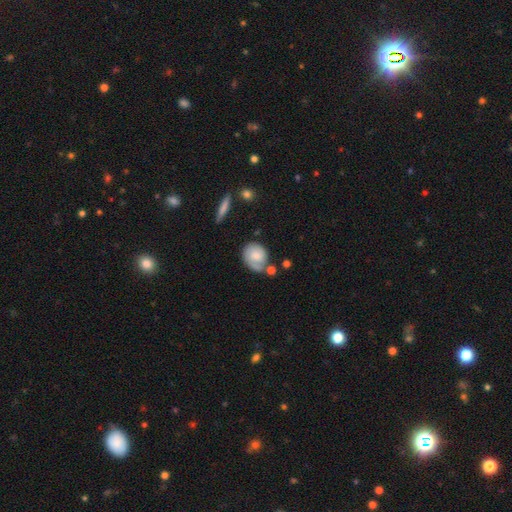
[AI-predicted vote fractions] Smooth or featured? smooth (61%)
How rounded? round (54%)
Merging? none (47%)